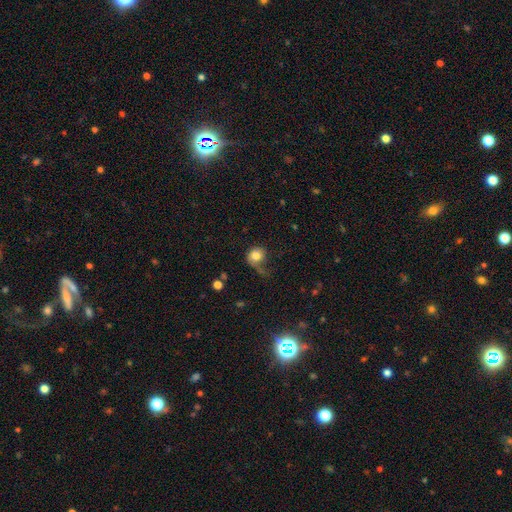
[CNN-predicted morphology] Smooth or featured? Predicted: smooth (p=0.75). How rounded? Predicted: round (p=0.78). Merging? Predicted: major disturbance (p=0.36).